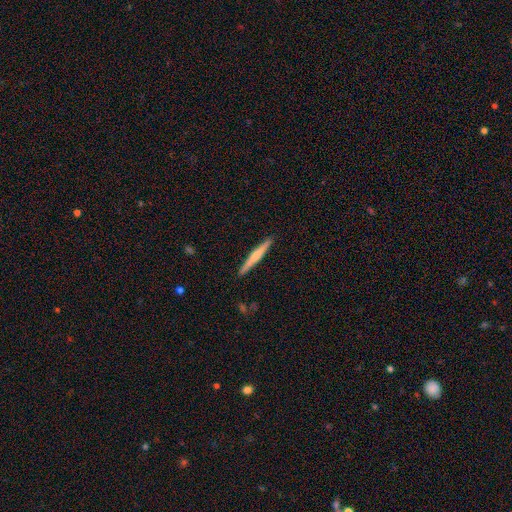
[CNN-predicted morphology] featured or disk 50%, smooth 45%, star or artifact 5%. Down the decision tree: merging — none (91%).